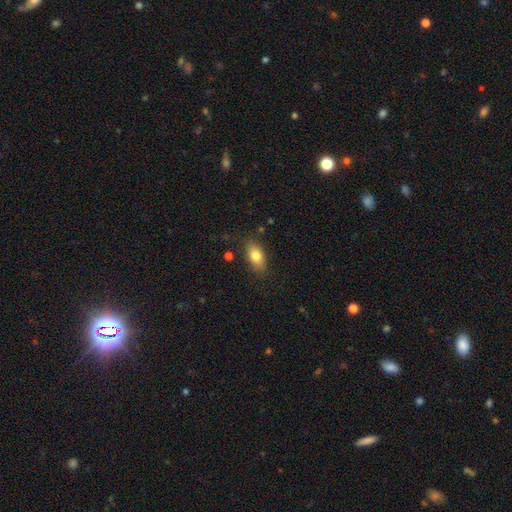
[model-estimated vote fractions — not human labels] smooth_or_featured: smooth (p=0.79) [alt: featured or disk p=0.14]
how_rounded: in between (p=0.85) [alt: cigar-shaped p=0.09]
merging: none (p=0.81) [alt: minor disturbance p=0.14]